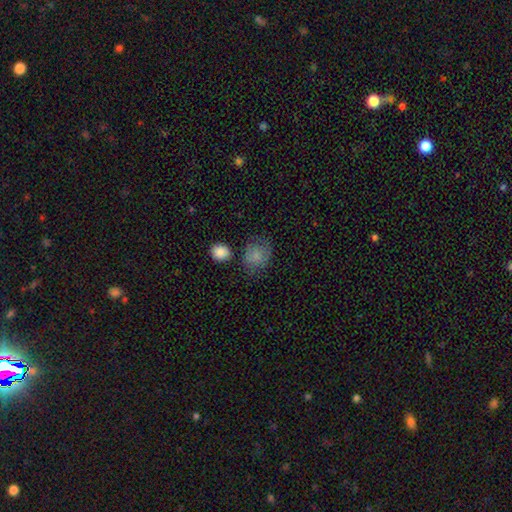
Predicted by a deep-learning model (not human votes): smooth 79%, featured or disk 11%, star or artifact 10%. Down the decision tree: how rounded — round (59%); merging — none (58%).